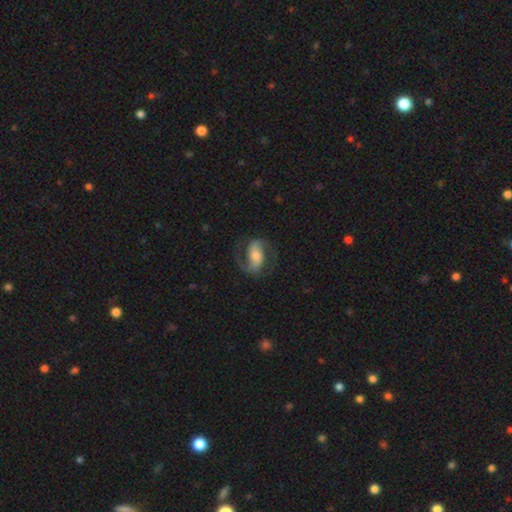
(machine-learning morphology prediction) Q: Smooth or featured?
A: featured or disk (81%); runner-up: smooth (13%)
Q: Edge-on disk?
A: no (97%); runner-up: yes (3%)
Q: Bar?
A: strong (38%); runner-up: weak (34%)
Q: Spiral arms?
A: yes (95%); runner-up: no (5%)
Q: Spiral winding?
A: medium (51%); runner-up: loose (32%)
Q: Spiral arm count?
A: 2 (91%); runner-up: 1 (3%)
Q: Bulge size?
A: moderate (54%); runner-up: small (30%)
Q: Merging?
A: none (75%); runner-up: minor disturbance (14%)